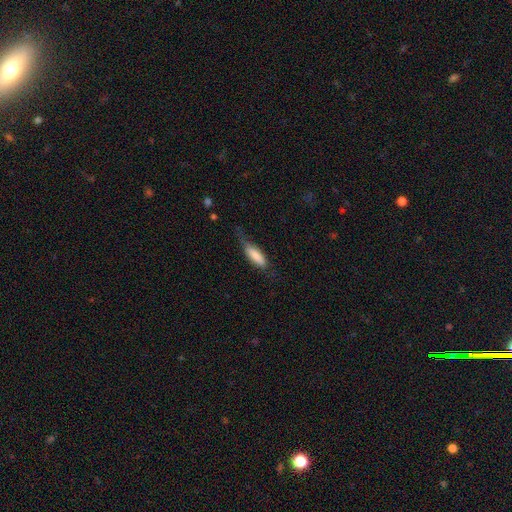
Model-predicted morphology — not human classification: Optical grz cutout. It shows a smooth galaxy with no disk features (78%) that is in between round and cigar-shaped (58%). Merging: none (45%).